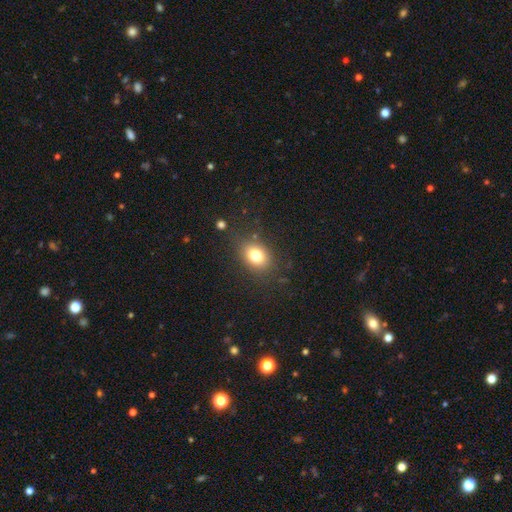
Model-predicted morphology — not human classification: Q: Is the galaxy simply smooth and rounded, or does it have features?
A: smooth — 78%.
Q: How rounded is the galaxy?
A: in between — 58%.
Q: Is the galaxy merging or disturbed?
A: none — 81%.